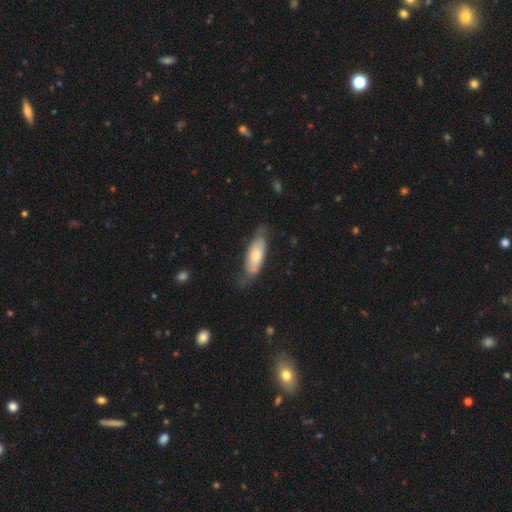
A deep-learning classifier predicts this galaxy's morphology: type=smooth (57%); roundness=in between (68%); merging=none (57%).